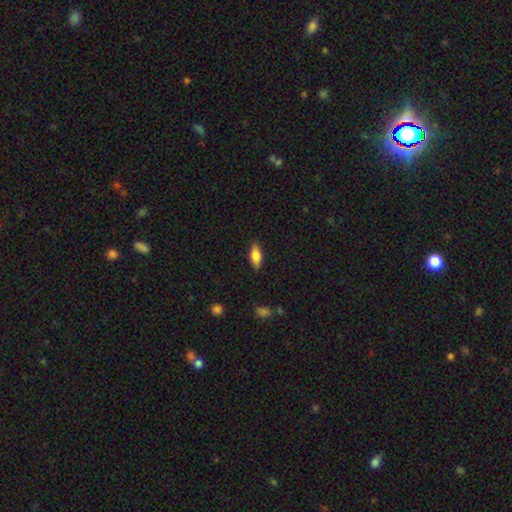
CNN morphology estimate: This appears to be a smooth galaxy with no disk features (76%) that is in between round and cigar-shaped (79%). Merging: none (87%).